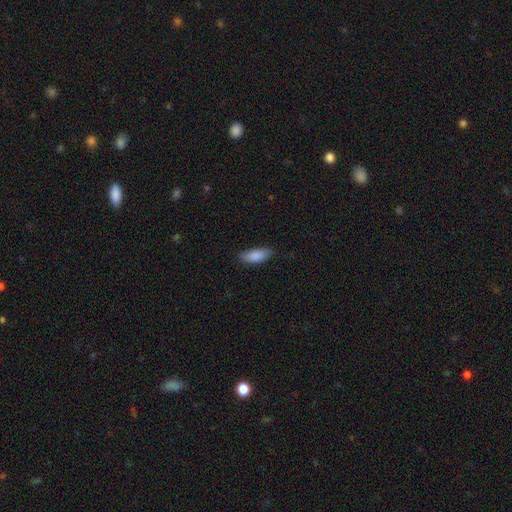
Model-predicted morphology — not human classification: This appears to be a smooth galaxy with no disk features (86%) that is in between round and cigar-shaped (73%). Merging: none (80%).